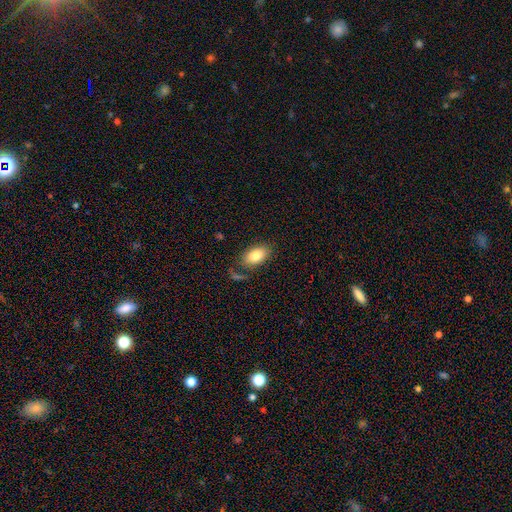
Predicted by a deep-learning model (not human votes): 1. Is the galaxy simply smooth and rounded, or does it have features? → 82% smooth, 11% featured or disk, 7% star or artifact.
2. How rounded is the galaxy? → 92% in between, 6% round, 2% cigar-shaped.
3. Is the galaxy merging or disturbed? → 74% none, 15% minor disturbance, 7% major disturbance, 4% merger.